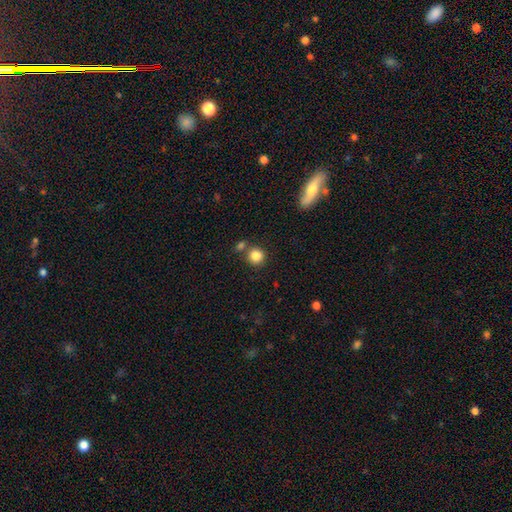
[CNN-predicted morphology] A smooth galaxy with no disk features (85%) that is round (91%).

Vote fractions:
- Smooth or featured? smooth: 85% / star or artifact: 10% / featured or disk: 5%
- How rounded? round: 91% / in between: 8% / cigar-shaped: 1%
- Merging? none: 71% / merger: 17% / minor disturbance: 9% / major disturbance: 3%